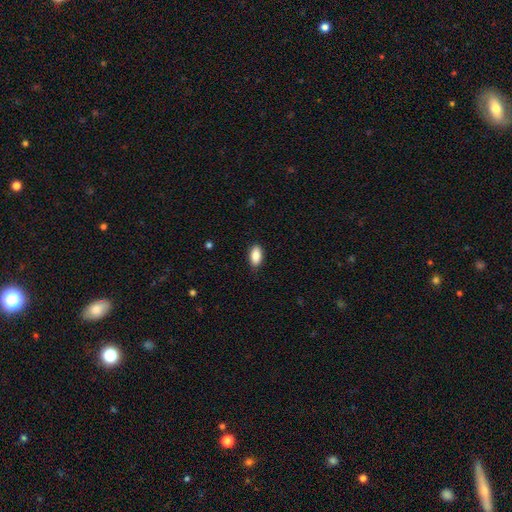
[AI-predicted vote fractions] Smooth or featured? smooth (89%)
How rounded? in between (91%)
Merging? none (86%)